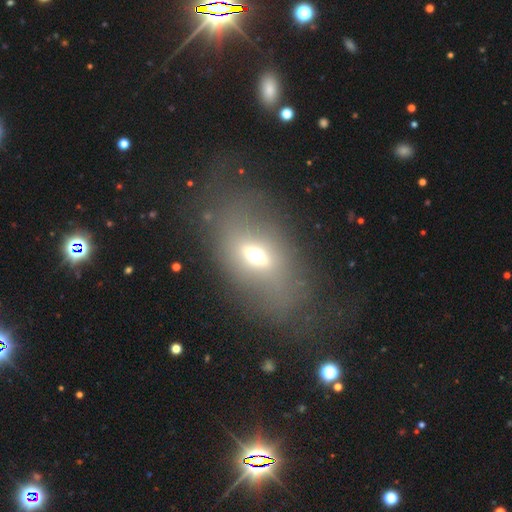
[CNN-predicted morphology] smooth 42%, featured or disk 41%, star or artifact 18%. Down the decision tree: merging — none (64%).